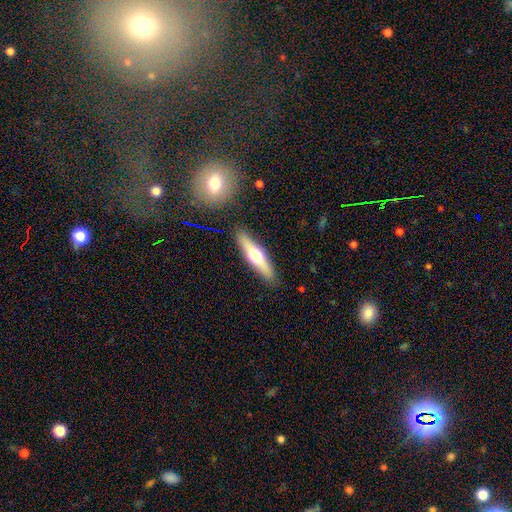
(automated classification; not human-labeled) Overall: featured or disk (48%; smooth 46%). Merging: none (88%).